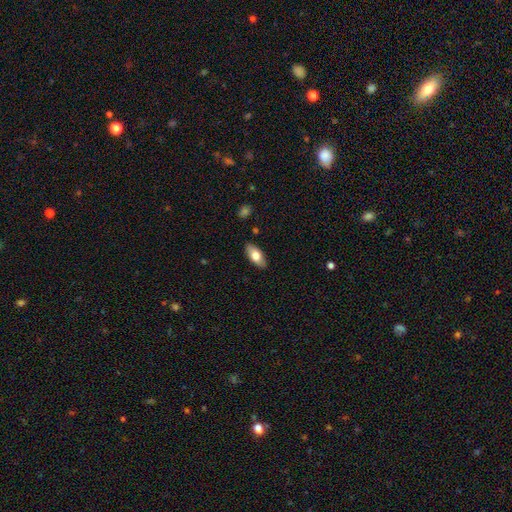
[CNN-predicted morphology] A smooth galaxy with no disk features (74%) that is in between round and cigar-shaped (88%). Merging: none (87%).